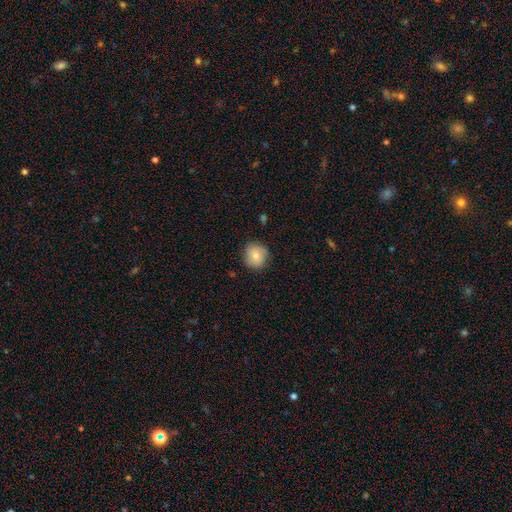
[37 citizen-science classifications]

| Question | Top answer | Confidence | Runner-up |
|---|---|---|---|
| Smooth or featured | smooth | 70% | featured or disk (27%) |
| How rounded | round | 92% | in between (8%) |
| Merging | none | 75% | minor disturbance (14%) |